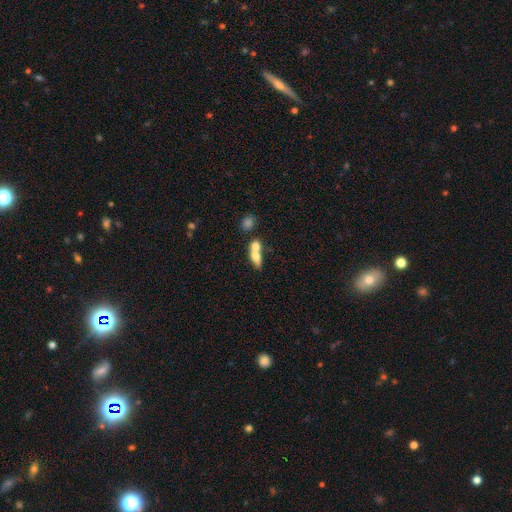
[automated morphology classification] Smooth or featured? smooth (67%)
How rounded? in between (64%)
Merging? merger (61%)